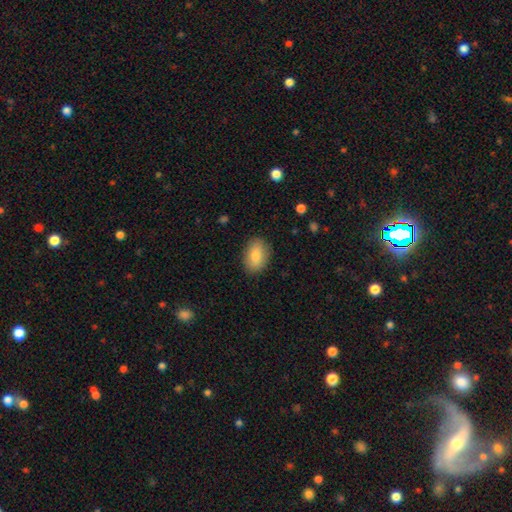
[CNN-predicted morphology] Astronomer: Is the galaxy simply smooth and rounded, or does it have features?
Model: smooth — 85%.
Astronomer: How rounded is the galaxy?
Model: in between — 88%.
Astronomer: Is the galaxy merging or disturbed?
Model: none — 86%.